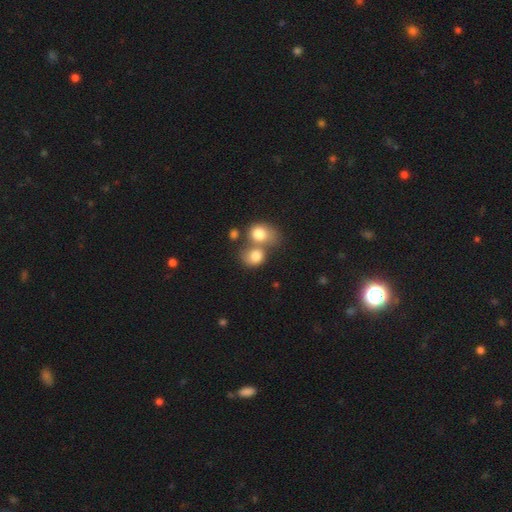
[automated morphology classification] Smooth or featured?
  - smooth: 79% *
  - featured or disk: 12%
  - star or artifact: 9%
How rounded?
  - round: 60% *
  - in between: 39%
  - cigar-shaped: 1%
Merging?
  - merger: 61% *
  - none: 25%
  - minor disturbance: 9%
  - major disturbance: 6%